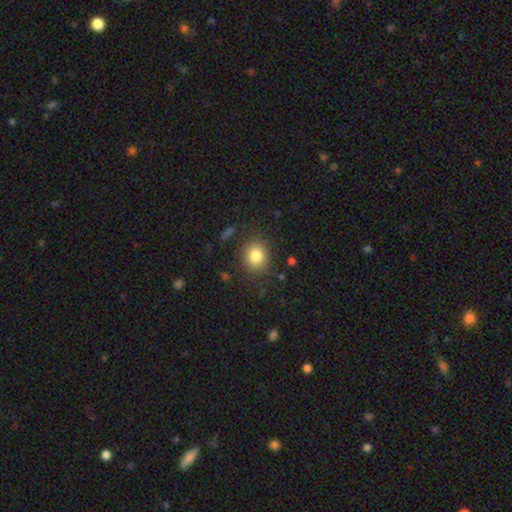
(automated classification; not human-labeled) A smooth galaxy with no disk features (82%) that is round (76%). Merging: none (85%).